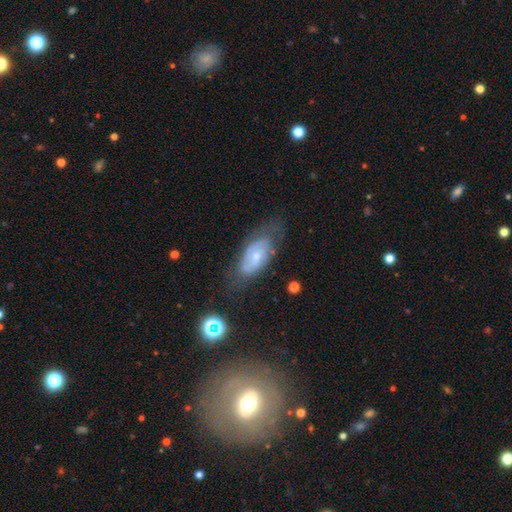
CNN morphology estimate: smooth_or_featured: featured or disk (p=0.60) [alt: smooth p=0.30]
disk_edge_on: no (p=0.89) [alt: yes p=0.11]
bar: no (p=0.64) [alt: weak p=0.29]
has_spiral_arms: yes (p=0.72) [alt: no p=0.28]
bulge_size: small (p=0.67) [alt: moderate p=0.27]
merging: none (p=0.61) [alt: minor disturbance p=0.25]